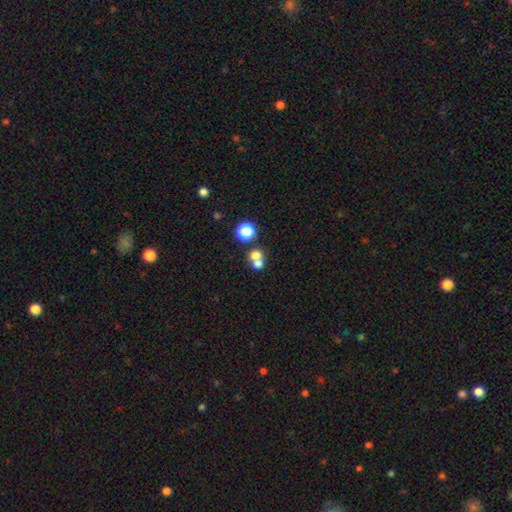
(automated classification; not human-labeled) smooth 70%, star or artifact 16%, featured or disk 15%. Down the decision tree: how rounded — round (78%); merging — merger (55%).